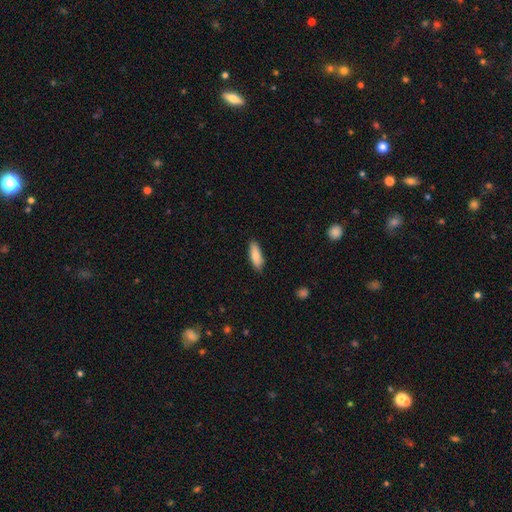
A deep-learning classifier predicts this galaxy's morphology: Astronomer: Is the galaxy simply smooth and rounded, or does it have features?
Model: smooth — 83%.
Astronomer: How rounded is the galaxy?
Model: in between — 62%.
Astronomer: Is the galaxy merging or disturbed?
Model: none — 84%.